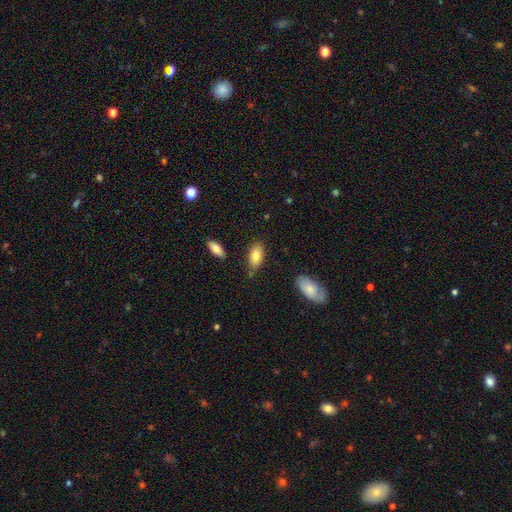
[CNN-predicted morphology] Smooth or featured? Predicted: smooth (p=0.82). How rounded? Predicted: in between (p=0.91). Merging? Predicted: none (p=0.77).